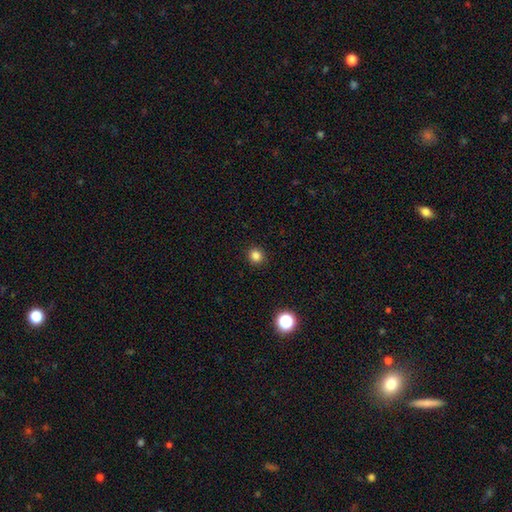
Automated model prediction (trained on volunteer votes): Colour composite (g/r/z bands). It shows a smooth galaxy with no disk features (83%) that is round (91%). Merging: none (92%).